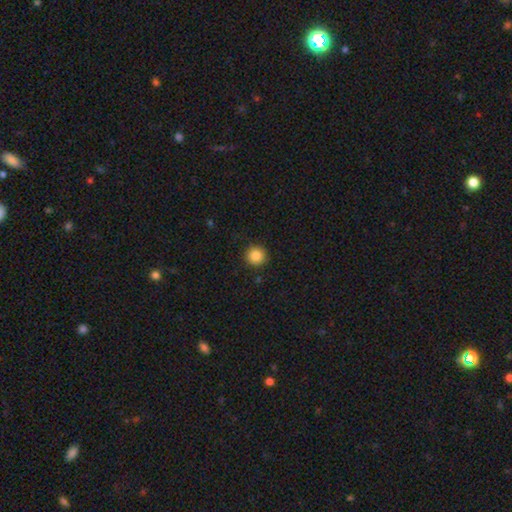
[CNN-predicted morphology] A smooth galaxy with no disk features (86%) that is round (94%). Merging: none (91%).